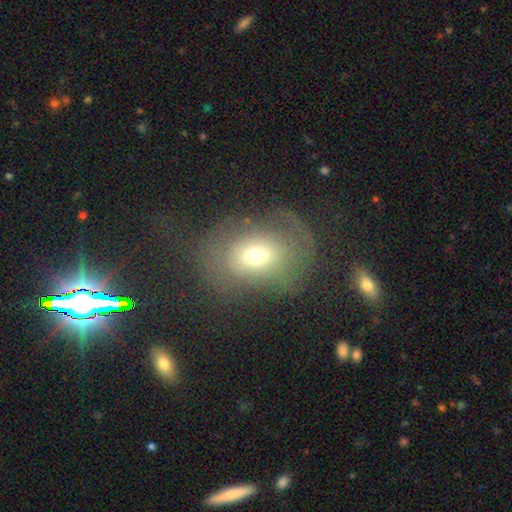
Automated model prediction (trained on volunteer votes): Overall: smooth (58%; featured or disk 30%). How rounded: in between (56%; round 43%). Merging: none (47%; major disturbance 29%).